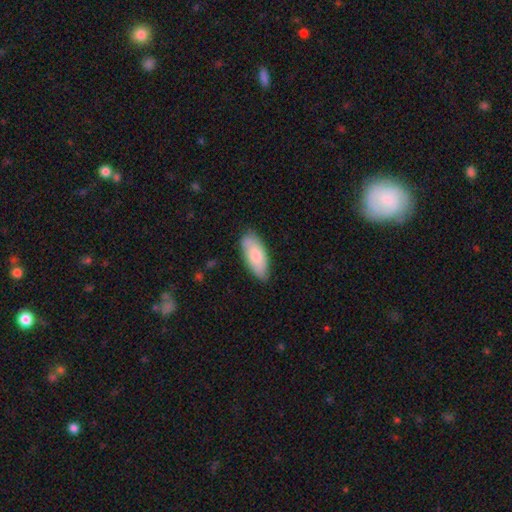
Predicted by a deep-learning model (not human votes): smooth_or_featured: smooth (p=0.80) [alt: featured or disk p=0.15]
how_rounded: in between (p=0.85) [alt: cigar-shaped p=0.13]
merging: none (p=0.78) [alt: minor disturbance p=0.18]